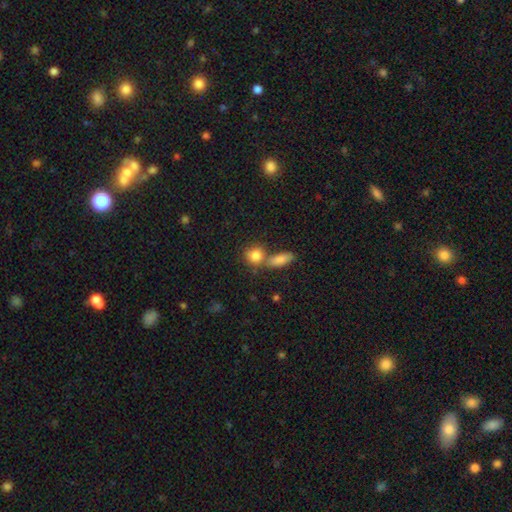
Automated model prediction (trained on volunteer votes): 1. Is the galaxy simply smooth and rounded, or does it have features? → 83% smooth, 9% star or artifact, 8% featured or disk.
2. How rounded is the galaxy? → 62% round, 34% in between, 4% cigar-shaped.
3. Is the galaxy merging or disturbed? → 48% none, 38% merger, 10% minor disturbance, 4% major disturbance.